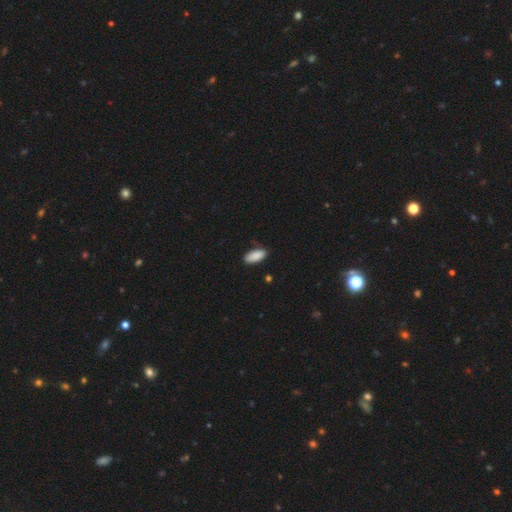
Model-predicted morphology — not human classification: This is clearly a smooth galaxy (90%). How rounded: clearly in between (90%). Merging: likely none (80%).